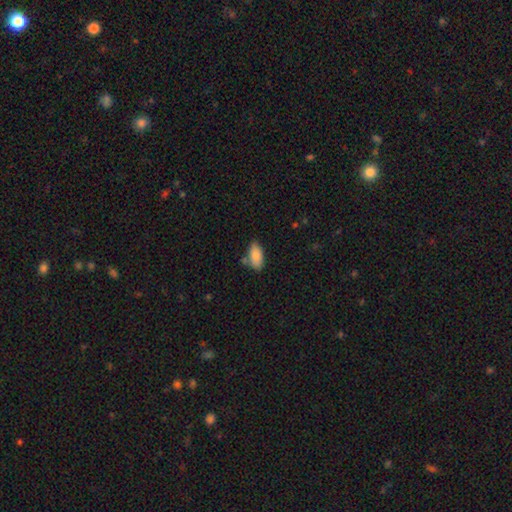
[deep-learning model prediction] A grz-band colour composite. It shows a smooth galaxy with no disk features (86%) that is in between round and cigar-shaped (92%). Merging: none (68%).